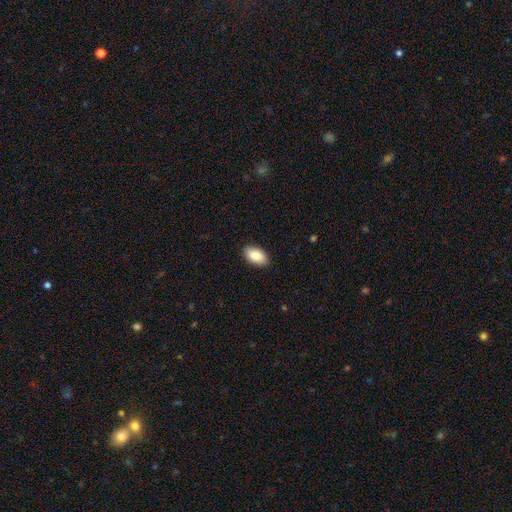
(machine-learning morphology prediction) smooth 87%, featured or disk 7%, star or artifact 6%. Down the decision tree: how rounded — in between (95%); merging — none (90%).